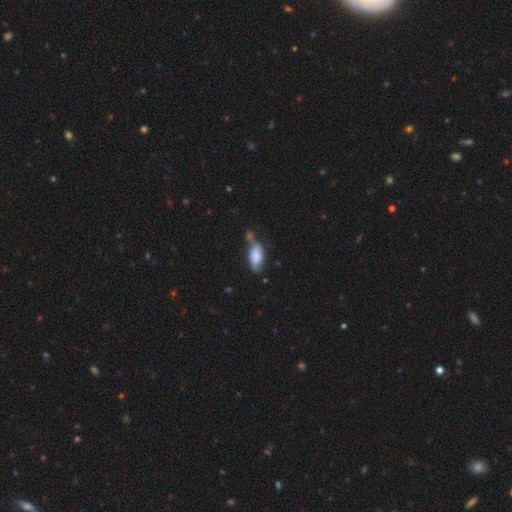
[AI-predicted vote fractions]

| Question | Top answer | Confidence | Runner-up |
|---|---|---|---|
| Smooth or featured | smooth | 73% | featured or disk (19%) |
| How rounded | in between | 87% | cigar-shaped (10%) |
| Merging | none | 39% | minor disturbance (29%) |